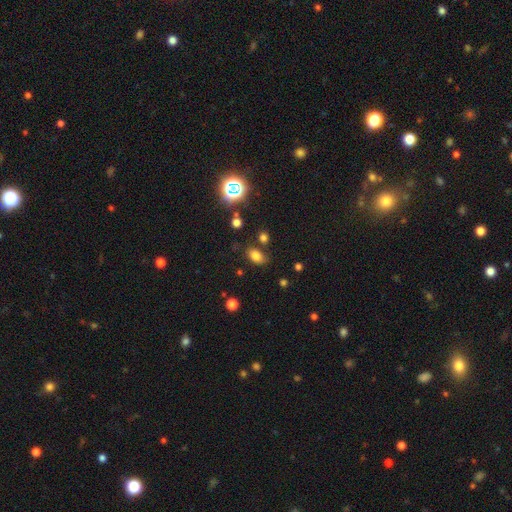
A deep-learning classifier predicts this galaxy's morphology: type=smooth (76%); roundness=in between (86%); merging=none (72%).